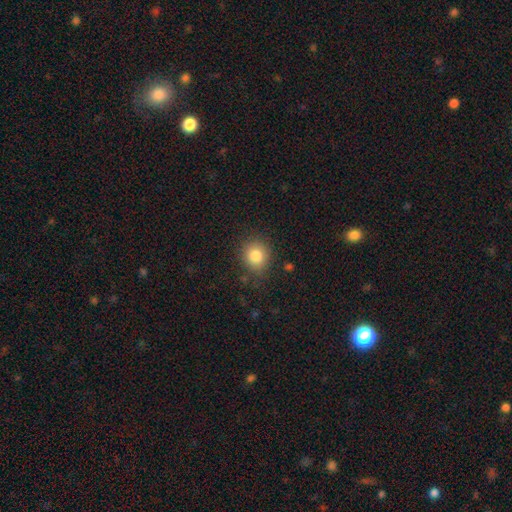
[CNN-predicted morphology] This appears to be a smooth galaxy with no disk features (83%) that is round (82%). Merging: none (83%).